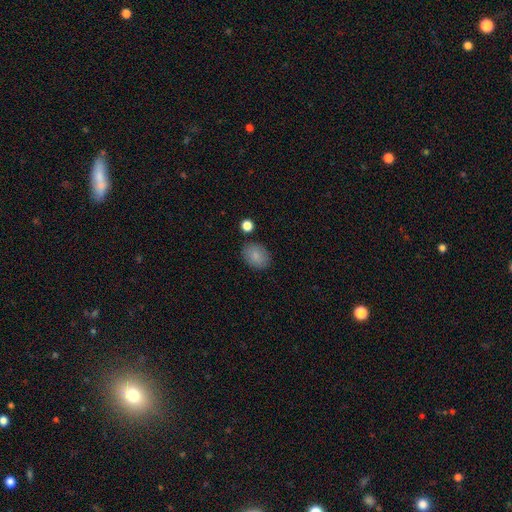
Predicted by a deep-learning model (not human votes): Morphology: type=smooth (85%); roundness=in between (68%); merging=none (82%).